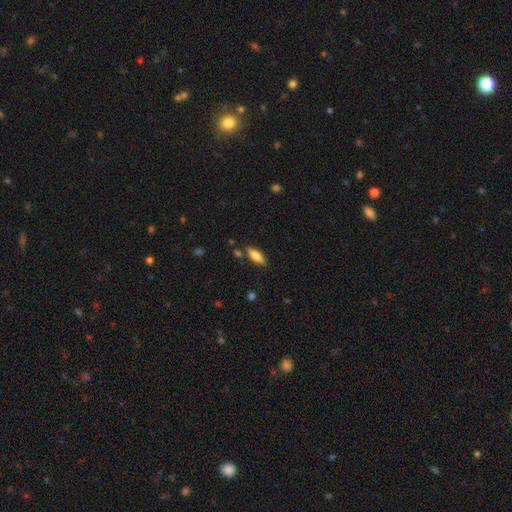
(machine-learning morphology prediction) Q: Smooth or featured?
A: smooth (79%); runner-up: featured or disk (15%)
Q: How rounded?
A: in between (62%); runner-up: cigar-shaped (36%)
Q: Merging?
A: none (81%); runner-up: minor disturbance (12%)